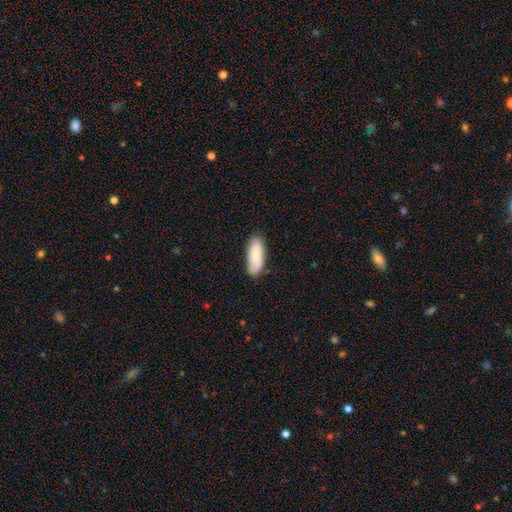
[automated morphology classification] smooth-or-featured: smooth: 85% | featured or disk: 10% | star or artifact: 6%
  how-rounded: in between: 78% | cigar-shaped: 21% | round: 2%
  merging: none: 80% | minor disturbance: 16% | major disturbance: 3% | merger: 1%